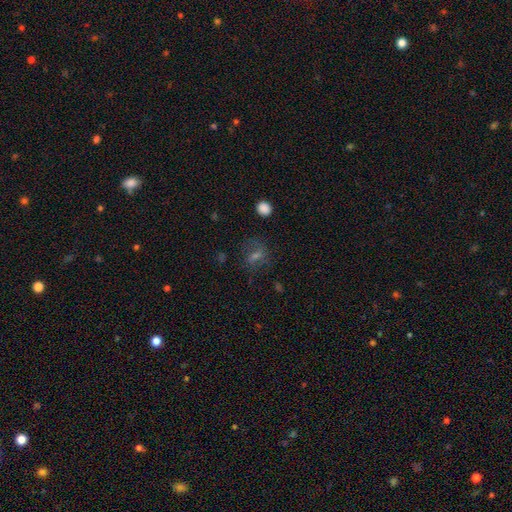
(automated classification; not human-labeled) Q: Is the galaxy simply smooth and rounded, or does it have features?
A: smooth — 42%.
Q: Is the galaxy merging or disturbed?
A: none — 66%.